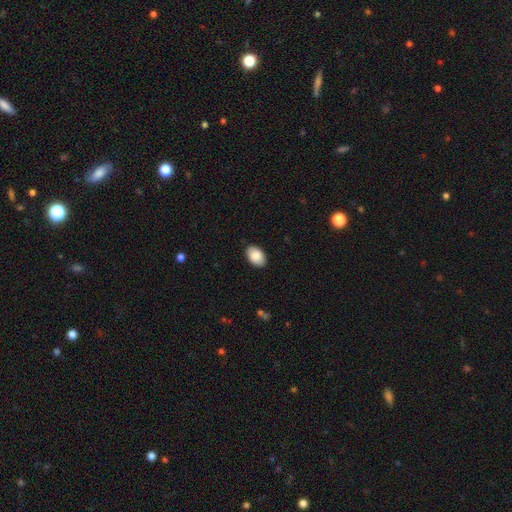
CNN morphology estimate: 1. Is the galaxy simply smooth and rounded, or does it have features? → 87% smooth, 6% star or artifact, 6% featured or disk.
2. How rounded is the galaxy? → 90% in between, 8% round, 1% cigar-shaped.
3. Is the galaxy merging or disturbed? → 89% none, 8% minor disturbance, 2% major disturbance, 1% merger.